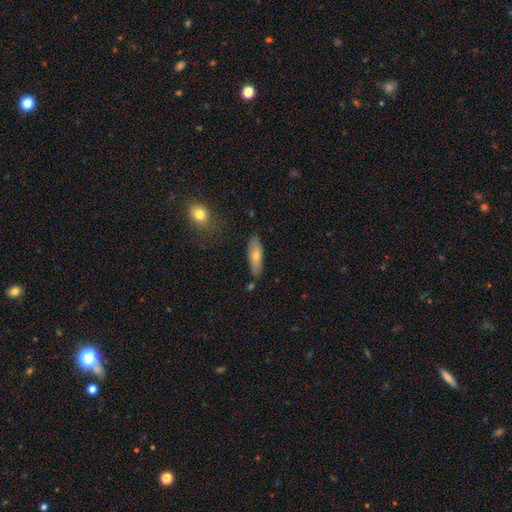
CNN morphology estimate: A smooth galaxy with no disk features (63%) that is in between round and cigar-shaped (58%). Merging: none (77%).